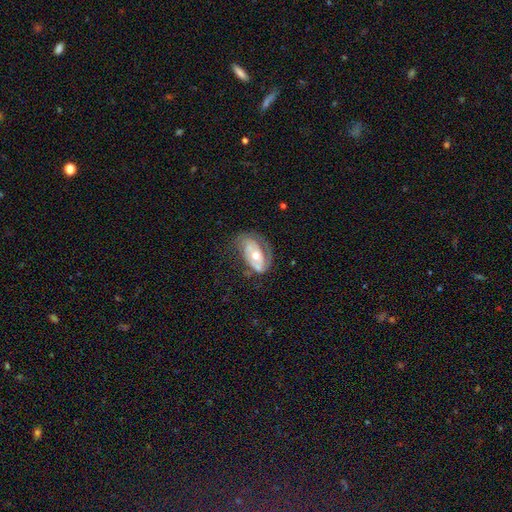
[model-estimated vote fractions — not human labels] Overall: featured or disk (68%). Edge-on disk: no (93%). Bar: no (68%). Spiral arms: yes (71%). Bulge size: moderate (66%; small 27%). Merging: none (45%; minor disturbance 27%).